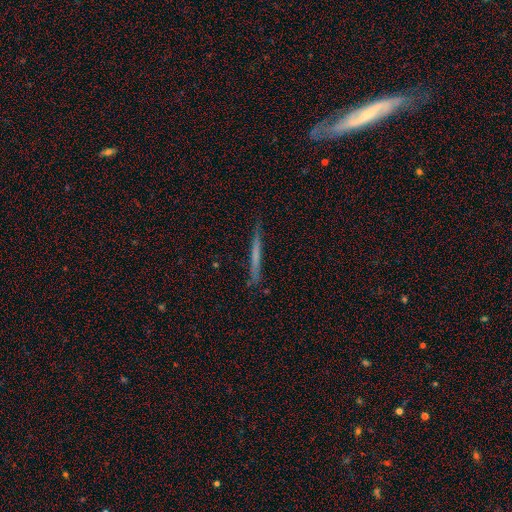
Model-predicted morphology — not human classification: This appears to be a smooth galaxy with no disk features (51%) that is cigar-shaped (96%). Merging: none (86%).